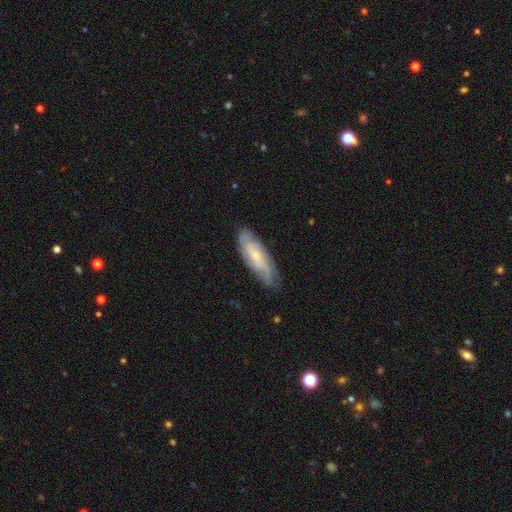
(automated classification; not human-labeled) This appears to be a featured or disk galaxy (62%) with no bar (69%), spiral arms (89%) and a small central bulge (63%). Merging: none (75%).